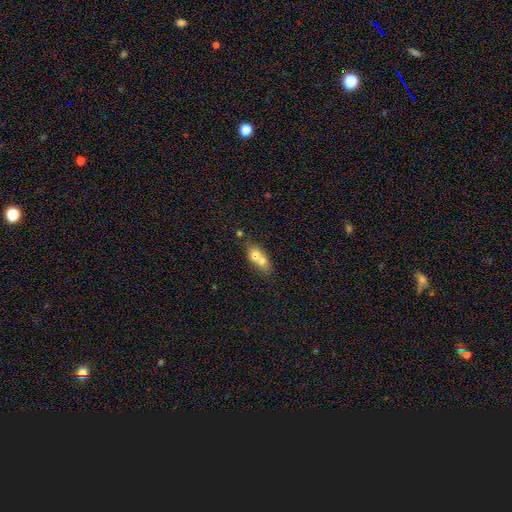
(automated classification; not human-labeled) Smooth or featured: smooth — 66% (featured or disk — 24%)
How rounded: in between — 61% (round — 31%)
Merging: merger — 65% (none — 24%)